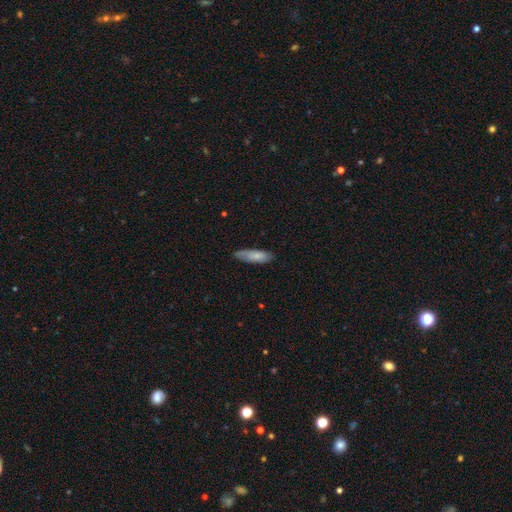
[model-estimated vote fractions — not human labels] This is likely a smooth galaxy (77%). How rounded: possibly cigar-shaped (51%). Merging: likely none (72%).